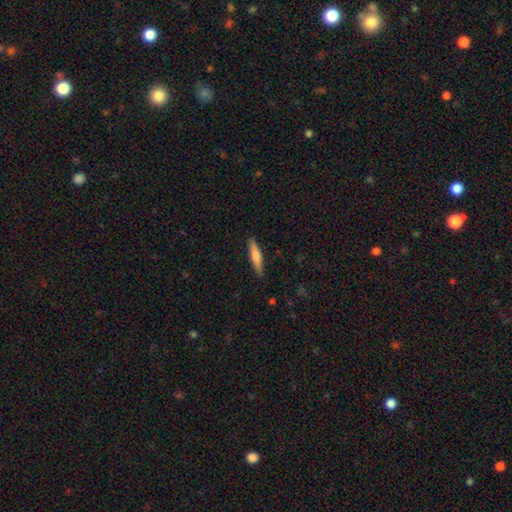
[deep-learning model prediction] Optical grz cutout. It shows a smooth galaxy with no disk features (65%) that is cigar-shaped (84%). Merging: none (89%).